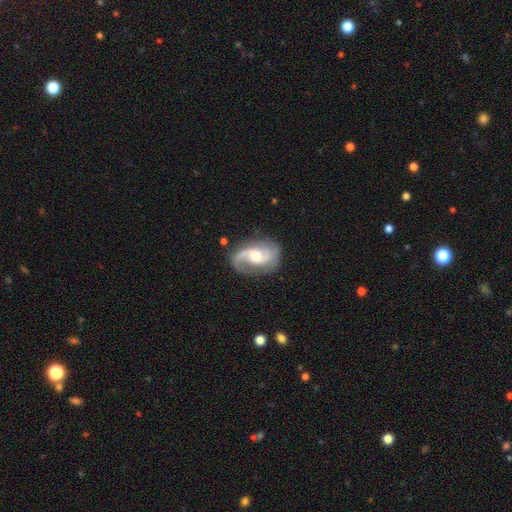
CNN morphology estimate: Smooth or featured: featured or disk — 87% (smooth — 8%)
Edge-on disk: no — 97% (yes — 3%)
Bar: no — 47% (weak — 42%)
Spiral arms: yes — 97% (no — 3%)
Spiral winding: medium — 50% (loose — 30%)
Spiral arm count: 2 — 86% (1 — 5%)
Bulge size: moderate — 62% (small — 18%)
Merging: none — 74% (minor disturbance — 17%)